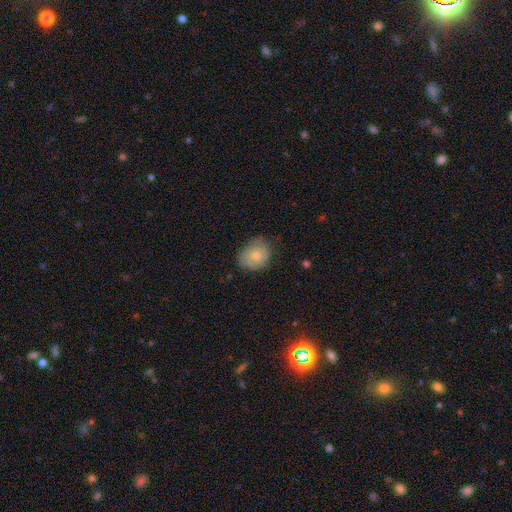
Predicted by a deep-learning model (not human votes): smooth-or-featured: smooth: 50% | featured or disk: 43% | star or artifact: 7%
  merging: none: 70% | minor disturbance: 23% | major disturbance: 6% | merger: 1%